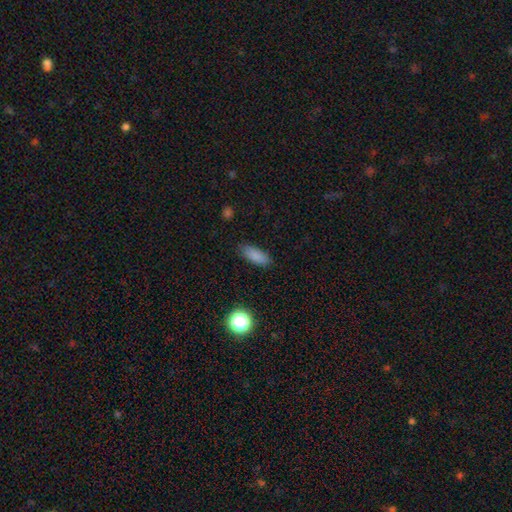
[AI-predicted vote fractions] smooth-or-featured: smooth: 85% | star or artifact: 10% | featured or disk: 5%
  how-rounded: in between: 73% | cigar-shaped: 24% | round: 3%
  merging: none: 85% | minor disturbance: 11% | major disturbance: 3% | merger: 1%